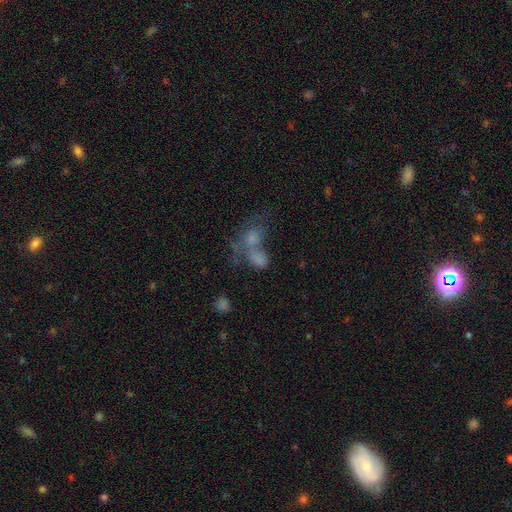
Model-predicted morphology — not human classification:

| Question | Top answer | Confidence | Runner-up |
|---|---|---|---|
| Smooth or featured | smooth | 61% | featured or disk (23%) |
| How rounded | in between | 71% | round (25%) |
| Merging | merger | 59% | none (20%) |